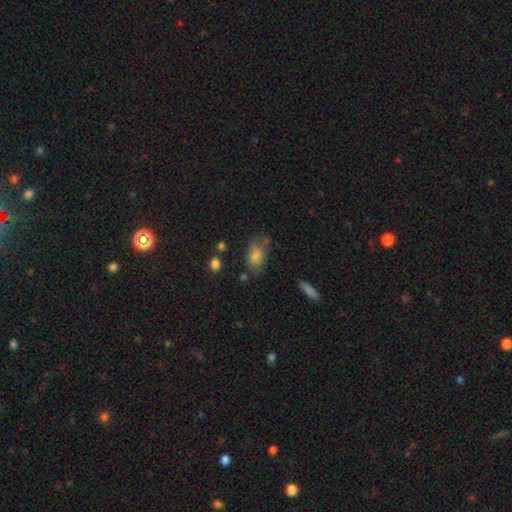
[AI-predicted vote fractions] Smooth or featured?
  - smooth: 81% *
  - featured or disk: 11%
  - star or artifact: 8%
How rounded?
  - in between: 90% *
  - round: 7%
  - cigar-shaped: 4%
Merging?
  - none: 61% *
  - minor disturbance: 23%
  - major disturbance: 8%
  - merger: 8%